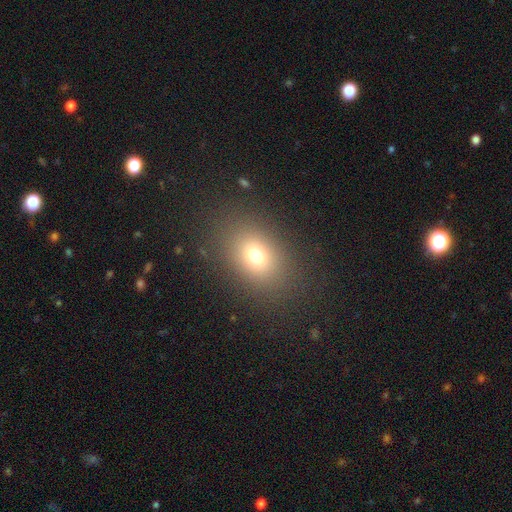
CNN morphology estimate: smooth 72%, star or artifact 16%, featured or disk 12%. Down the decision tree: how rounded — in between (64%); merging — none (84%).